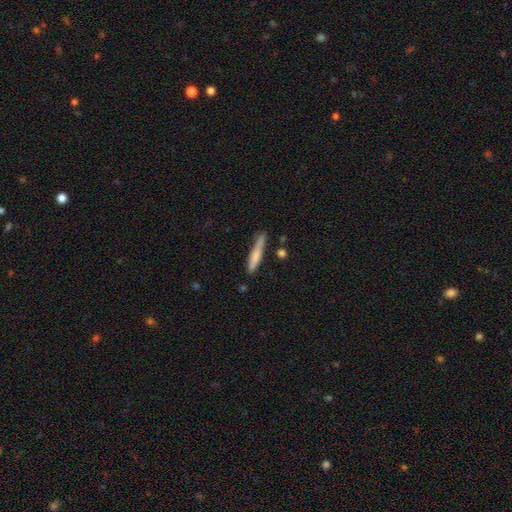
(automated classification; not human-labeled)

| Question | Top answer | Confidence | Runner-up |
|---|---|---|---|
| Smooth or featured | smooth | 70% | featured or disk (24%) |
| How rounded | cigar-shaped | 91% | in between (7%) |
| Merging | none | 72% | minor disturbance (19%) |